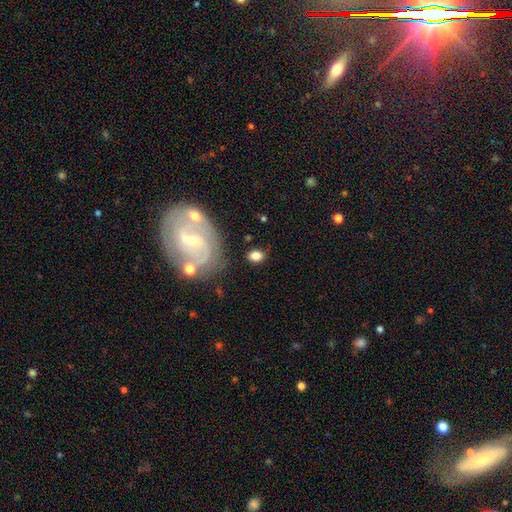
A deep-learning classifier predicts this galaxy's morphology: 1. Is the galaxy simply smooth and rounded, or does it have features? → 73% smooth, 19% featured or disk, 8% star or artifact.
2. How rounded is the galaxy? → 69% in between, 29% round, 2% cigar-shaped.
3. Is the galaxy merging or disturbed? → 74% none, 14% minor disturbance, 6% merger, 6% major disturbance.